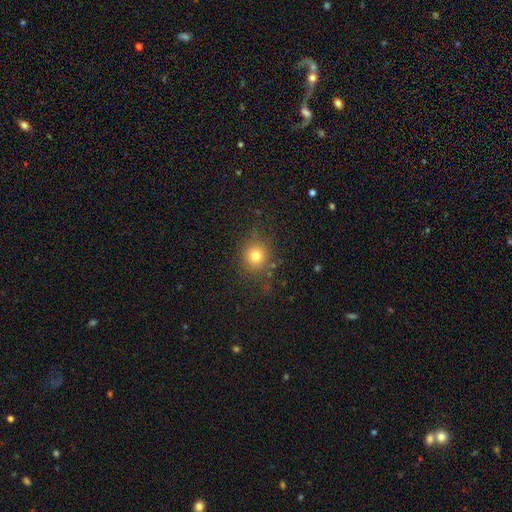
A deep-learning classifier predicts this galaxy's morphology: type=smooth (76%); roundness=round (83%); merging=none (80%).